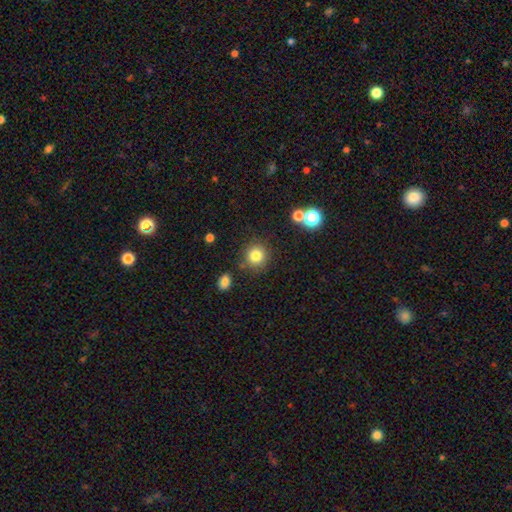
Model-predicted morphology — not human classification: Smooth or featured?
  - smooth: 81% *
  - star or artifact: 12%
  - featured or disk: 7%
How rounded?
  - round: 91% *
  - in between: 8%
  - cigar-shaped: 1%
Merging?
  - none: 82% *
  - minor disturbance: 9%
  - merger: 6%
  - major disturbance: 3%